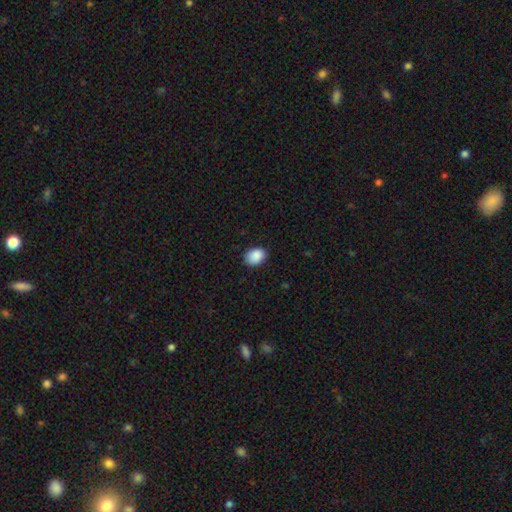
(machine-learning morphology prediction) smooth_or_featured: smooth (p=0.90) [alt: star or artifact p=0.08]
how_rounded: in between (p=0.64) [alt: round p=0.35]
merging: none (p=0.84) [alt: minor disturbance p=0.13]